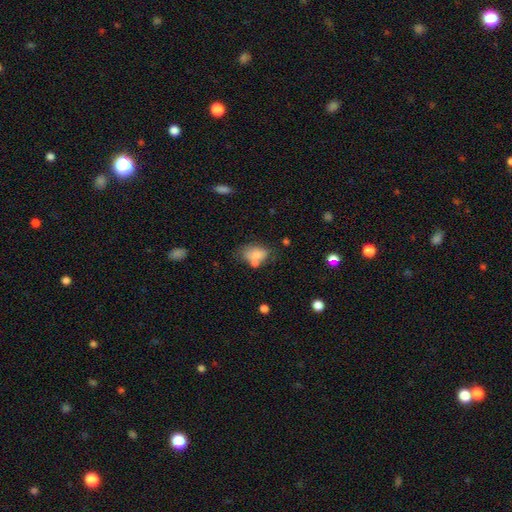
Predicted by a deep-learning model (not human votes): A smooth galaxy with no disk features (74%) that is in between round and cigar-shaped (80%). Merging: none (44%).